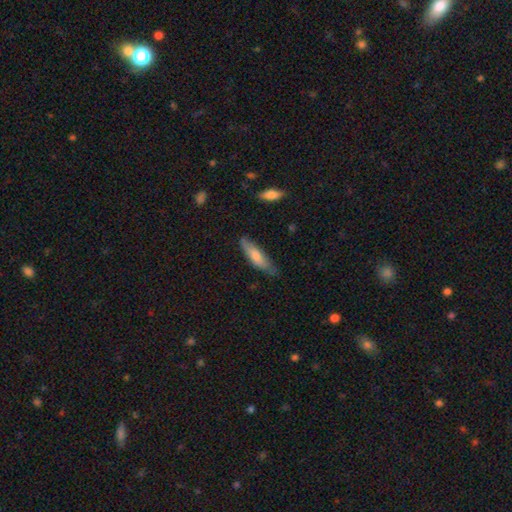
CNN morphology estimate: Smooth or featured? smooth (69%)
How rounded? cigar-shaped (69%)
Merging? none (74%)